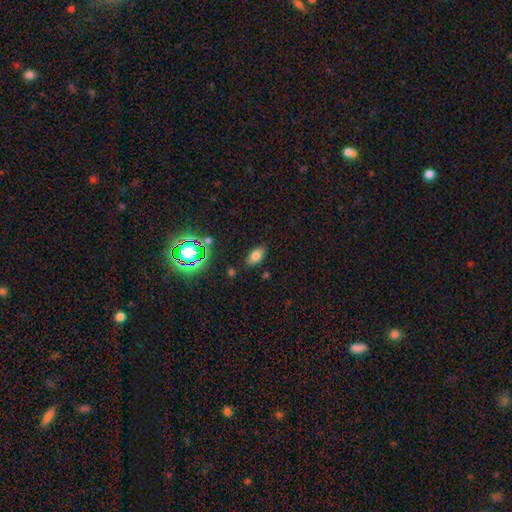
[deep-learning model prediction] This is likely a smooth galaxy (74%). How rounded: clearly in between (89%). Merging: clearly none (84%).